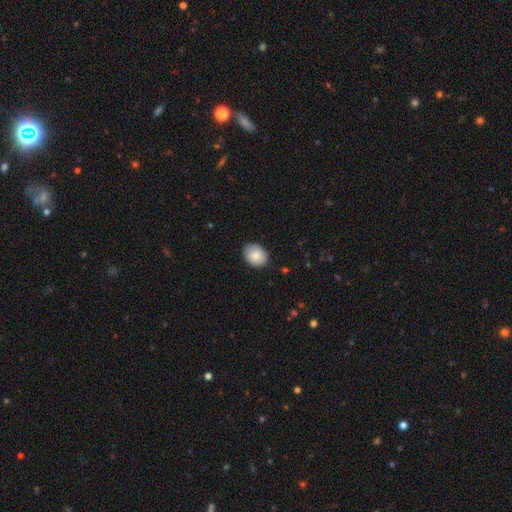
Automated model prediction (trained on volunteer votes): smooth_or_featured: smooth (p=0.81) [alt: featured or disk p=0.11]
how_rounded: in between (p=0.60) [alt: round p=0.39]
merging: none (p=0.86) [alt: minor disturbance p=0.11]